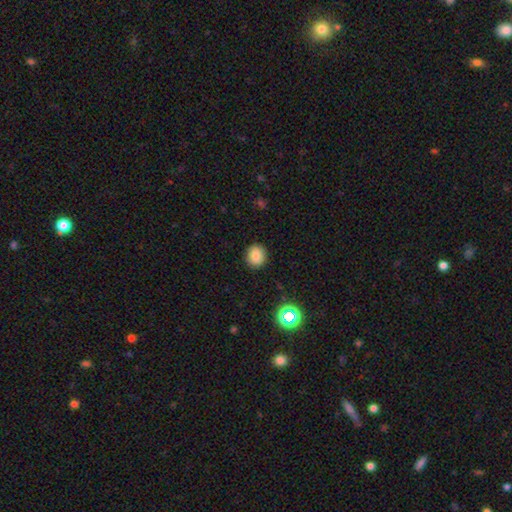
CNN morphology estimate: Smooth or featured? smooth (83%)
How rounded? round (82%)
Merging? none (90%)